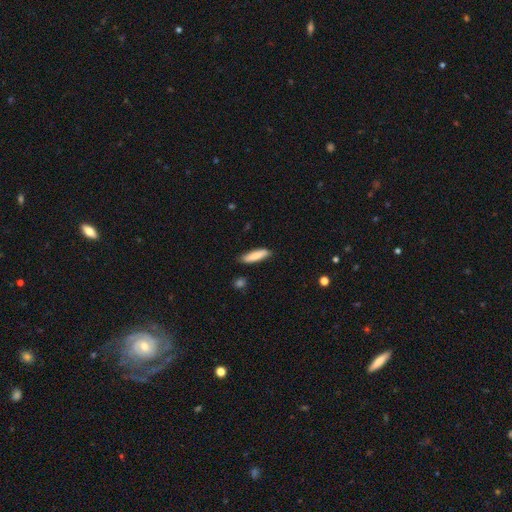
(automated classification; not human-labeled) Morphology: type=smooth (85%); roundness=cigar-shaped (73%); merging=none (85%).